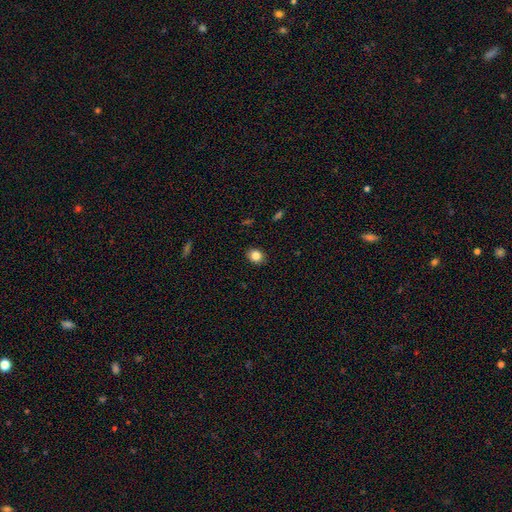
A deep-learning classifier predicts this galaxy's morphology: type=smooth (84%); roundness=round (66%); merging=none (90%).